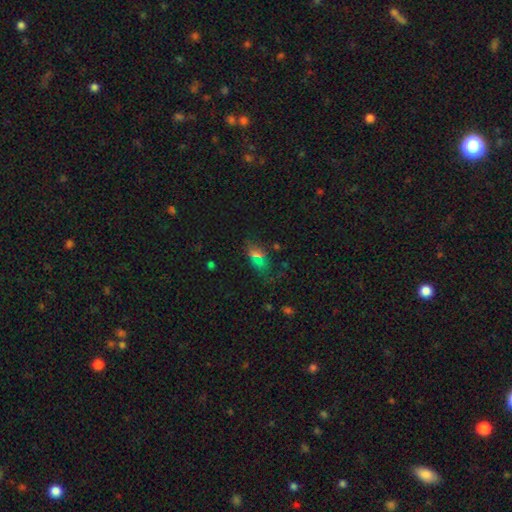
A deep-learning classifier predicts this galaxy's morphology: Smooth or featured?
  - smooth: 48% *
  - star or artifact: 37%
  - featured or disk: 15%
Merging?
  - none: 58% *
  - minor disturbance: 21%
  - major disturbance: 14%
  - merger: 7%